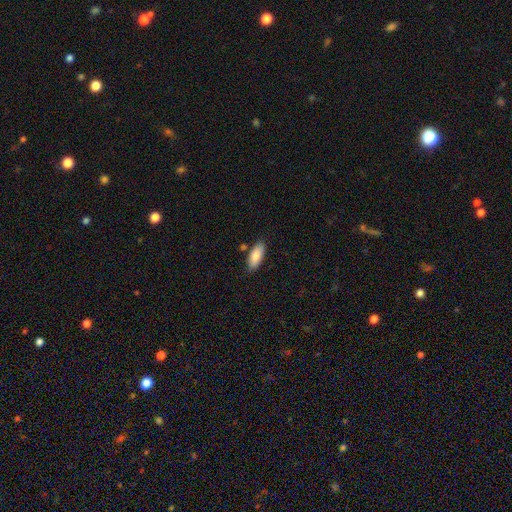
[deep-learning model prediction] This is clearly a smooth galaxy (84%). How rounded: clearly in between (83%). Merging: clearly none (81%).